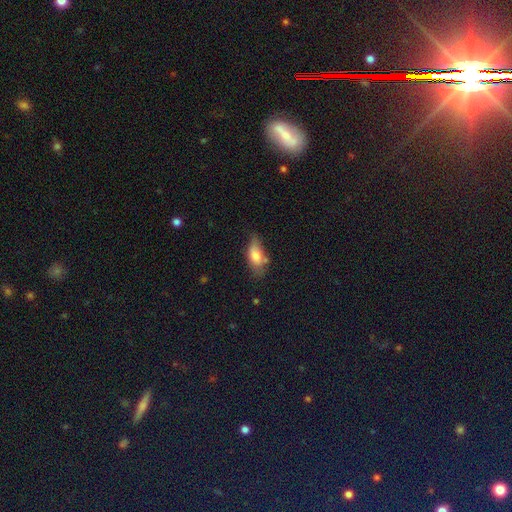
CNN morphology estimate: A smooth galaxy with no disk features (76%) that is in between round and cigar-shaped (84%).

Vote fractions:
- Smooth or featured? smooth: 76% / featured or disk: 17% / star or artifact: 8%
- How rounded? in between: 84% / cigar-shaped: 12% / round: 4%
- Merging? none: 51% / minor disturbance: 32% / major disturbance: 10% / merger: 8%